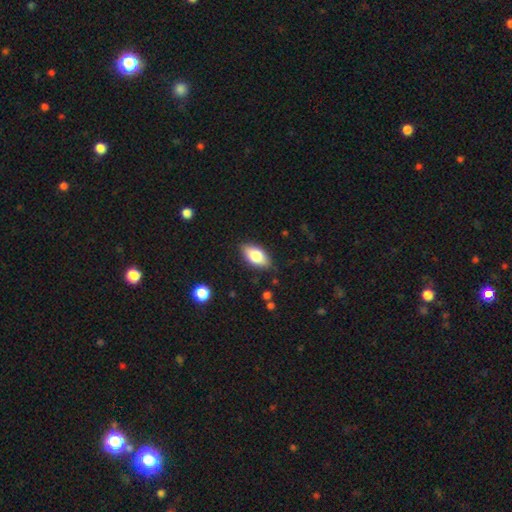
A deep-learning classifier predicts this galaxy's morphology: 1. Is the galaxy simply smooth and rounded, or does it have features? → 76% smooth, 17% featured or disk, 7% star or artifact.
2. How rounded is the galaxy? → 90% in between, 5% cigar-shaped, 4% round.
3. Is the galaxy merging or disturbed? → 84% none, 12% minor disturbance, 3% major disturbance, 1% merger.